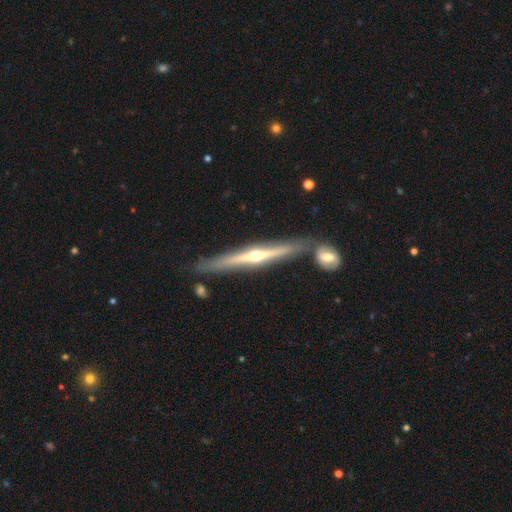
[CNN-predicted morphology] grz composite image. It shows a featured or disk galaxy (79%) viewed edge-on (97%) with a rounded central bulge (89%). Merging: none (79%).